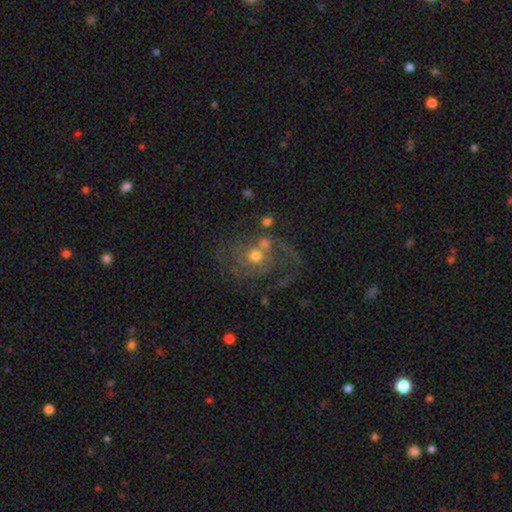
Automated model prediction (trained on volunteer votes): Smooth or featured? Predicted: featured or disk (p=0.69). Edge-on disk? Predicted: no (p=0.97). Bar? Predicted: no (p=0.79). Spiral arms? Predicted: yes (p=0.76). Spiral winding? Predicted: medium (p=0.42). Spiral arm count? Predicted: 2 (p=0.34). Bulge size? Predicted: moderate (p=0.63). Merging? Predicted: none (p=0.41).